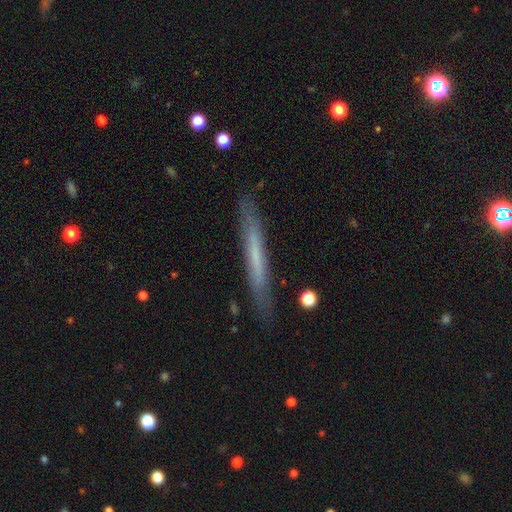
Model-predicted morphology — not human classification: type=smooth (51%); roundness=cigar-shaped (96%); merging=none (86%).